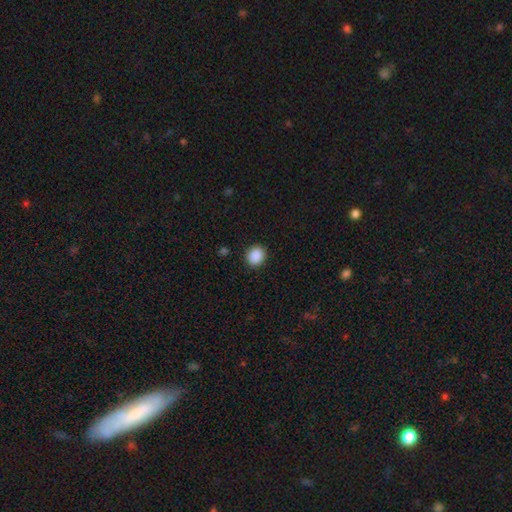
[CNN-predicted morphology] Smooth or featured? smooth (89%)
How rounded? round (77%)
Merging? none (89%)